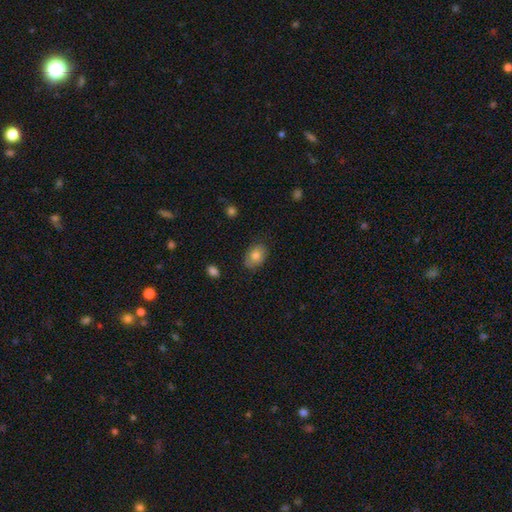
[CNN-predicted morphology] Smooth or featured? Predicted: smooth (p=0.80). How rounded? Predicted: in between (p=0.78). Merging? Predicted: none (p=0.80).